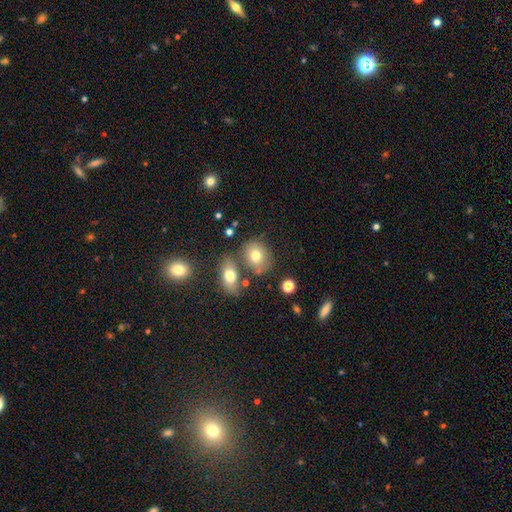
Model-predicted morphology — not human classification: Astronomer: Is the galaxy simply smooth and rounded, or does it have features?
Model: smooth — 75%.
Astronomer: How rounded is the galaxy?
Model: round — 58% (runner-up: in between, 41%).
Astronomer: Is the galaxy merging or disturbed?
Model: none — 64%.